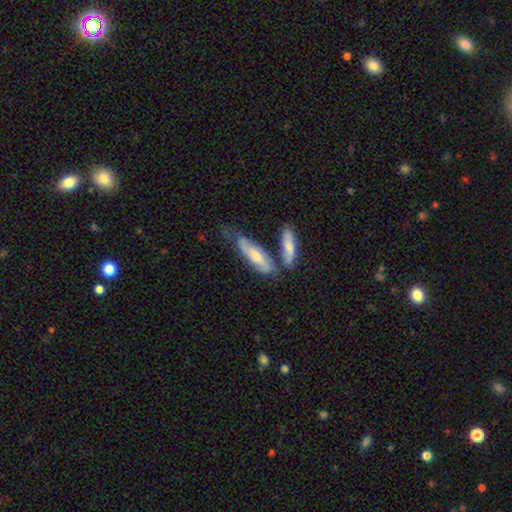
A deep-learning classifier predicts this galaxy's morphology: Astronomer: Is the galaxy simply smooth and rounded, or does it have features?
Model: smooth — 50% (runner-up: featured or disk, 44%).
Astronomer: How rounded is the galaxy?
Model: cigar-shaped — 54% (runner-up: in between, 44%).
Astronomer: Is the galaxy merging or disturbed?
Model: none — 38% (runner-up: merger, 29%).